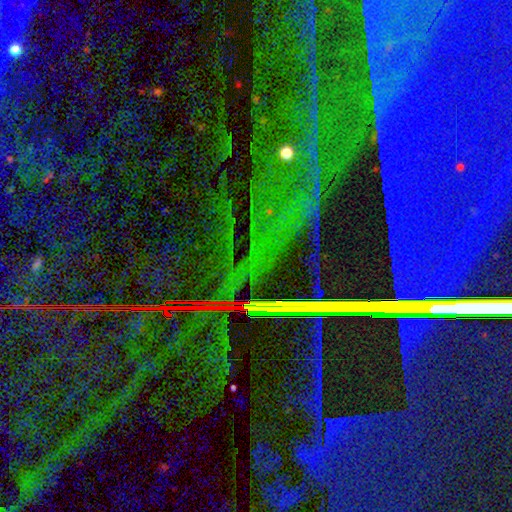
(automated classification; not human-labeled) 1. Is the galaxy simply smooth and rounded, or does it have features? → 85% star or artifact, 9% featured or disk, 6% smooth.